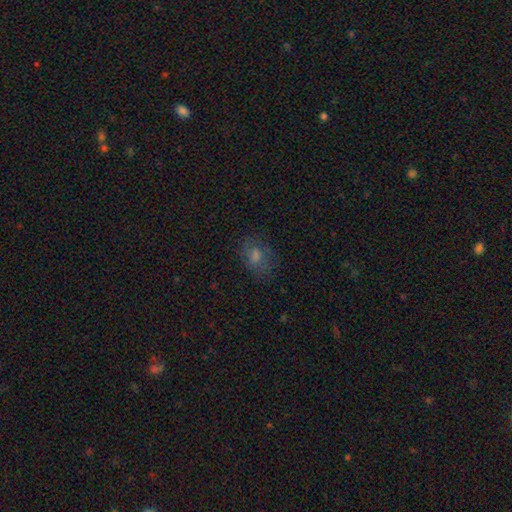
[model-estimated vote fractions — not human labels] smooth_or_featured: smooth (p=0.61) [alt: star or artifact p=0.21]
how_rounded: in between (p=0.60) [alt: round p=0.38]
merging: none (p=0.75) [alt: minor disturbance p=0.17]